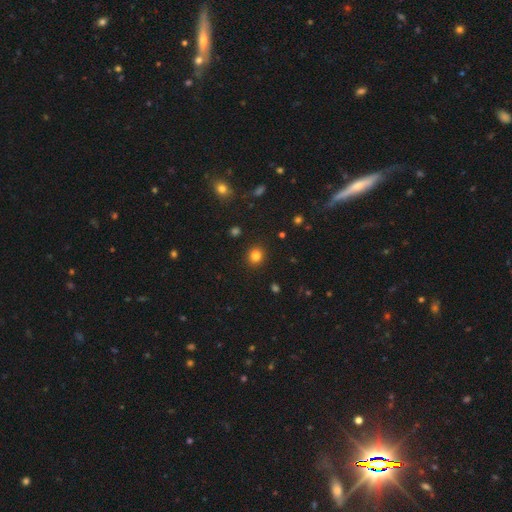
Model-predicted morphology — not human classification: smooth 83%, star or artifact 12%, featured or disk 5%. Down the decision tree: how rounded — round (83%); merging — none (90%).